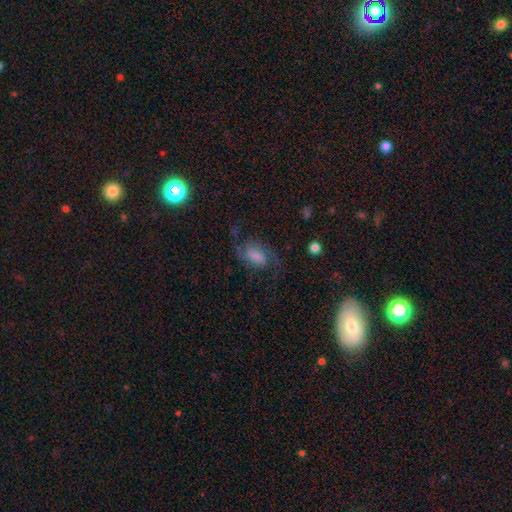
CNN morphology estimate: smooth_or_featured: featured or disk (p=0.70) [alt: smooth p=0.19]
disk_edge_on: no (p=0.96) [alt: yes p=0.04]
bar: weak (p=0.47) [alt: no p=0.35]
has_spiral_arms: yes (p=0.94) [alt: no p=0.06]
spiral_winding: medium (p=0.51) [alt: loose p=0.32]
spiral_arm_count: 2 (p=0.87) [alt: can't tell p=0.05]
bulge_size: moderate (p=0.30) [alt: small p=0.25]
merging: none (p=0.67) [alt: minor disturbance p=0.17]